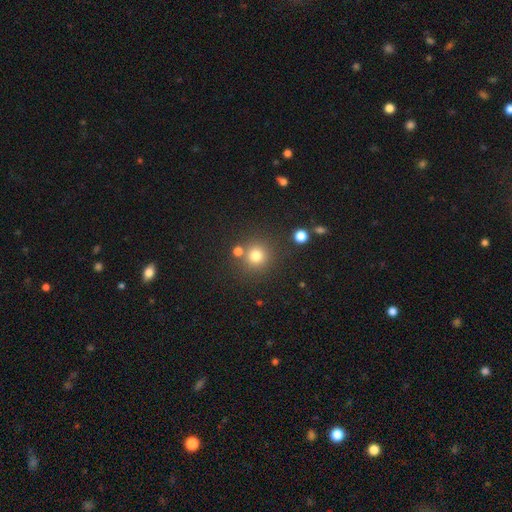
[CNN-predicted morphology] Smooth or featured: smooth — 78% (star or artifact — 15%)
How rounded: round — 93% (in between — 6%)
Merging: none — 79% (merger — 10%)